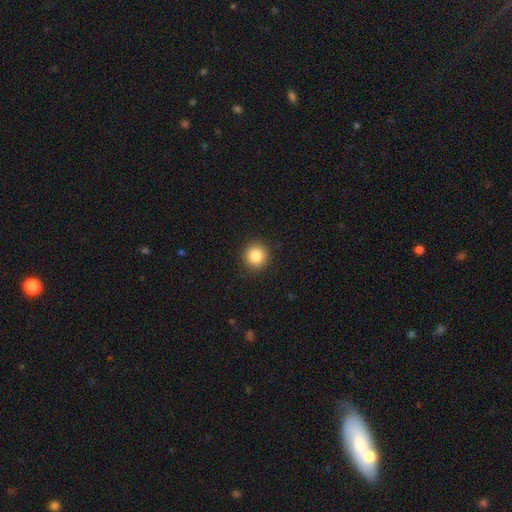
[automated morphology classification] smooth_or_featured: smooth (p=0.86) [alt: star or artifact p=0.10]
how_rounded: round (p=0.93) [alt: in between p=0.06]
merging: none (p=0.91) [alt: minor disturbance p=0.06]